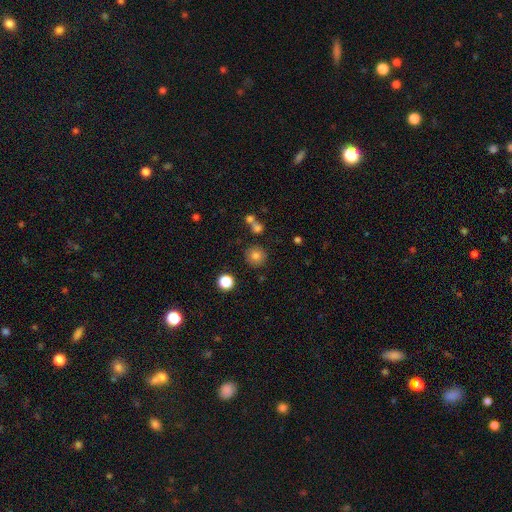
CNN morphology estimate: This appears to be a smooth galaxy with no disk features (80%) that is round (92%). Merging: none (82%).